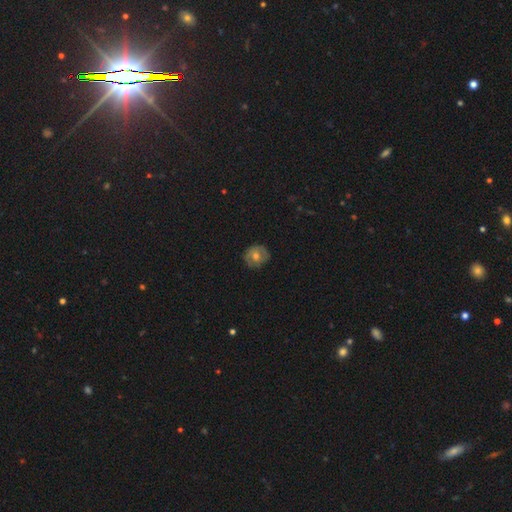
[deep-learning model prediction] Smooth or featured? smooth (46%, tied with featured or disk)
Merging? none (79%)